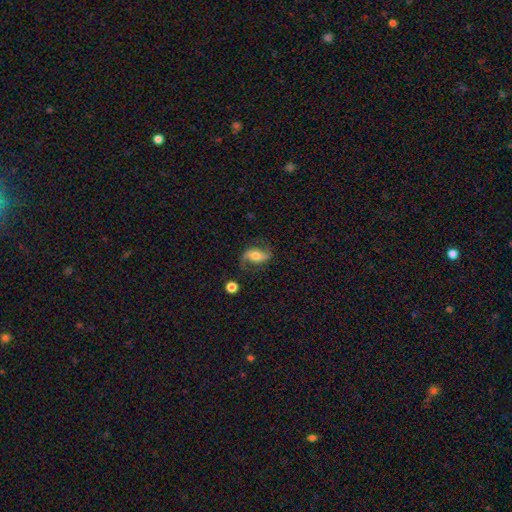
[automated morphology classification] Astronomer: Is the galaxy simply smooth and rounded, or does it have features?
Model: featured or disk — 64%.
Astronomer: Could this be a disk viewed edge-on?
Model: no — 92%.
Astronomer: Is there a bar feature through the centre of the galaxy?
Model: strong — 36% (runner-up: no, 34%).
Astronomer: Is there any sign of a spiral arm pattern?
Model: yes — 89%.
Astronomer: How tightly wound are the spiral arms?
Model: loose — 67%.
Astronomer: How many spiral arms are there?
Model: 2 — 90%.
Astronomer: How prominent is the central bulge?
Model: moderate — 59%.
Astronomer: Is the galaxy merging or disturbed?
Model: none — 69%.